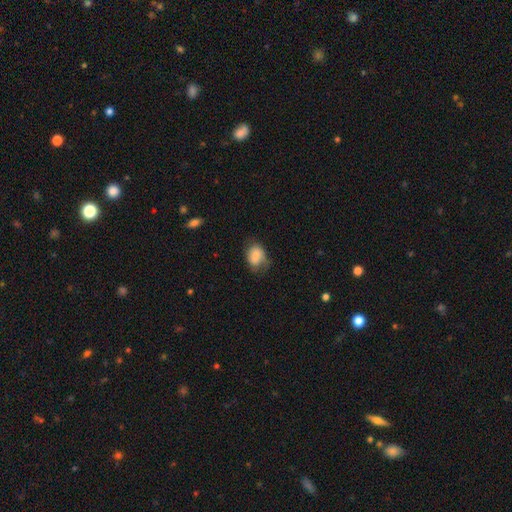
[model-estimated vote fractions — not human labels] Smooth or featured? Predicted: smooth (p=0.77). How rounded? Predicted: in between (p=0.70). Merging? Predicted: none (p=0.49).